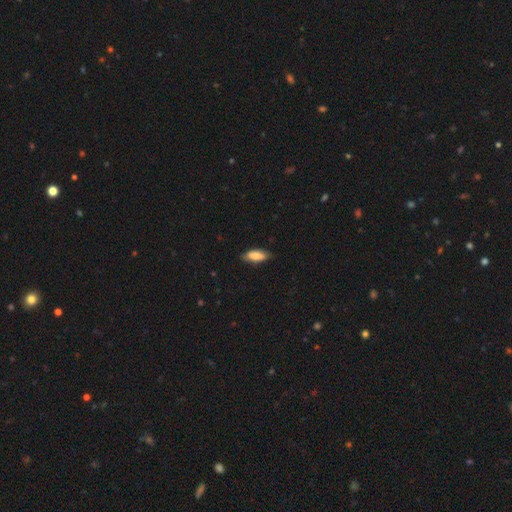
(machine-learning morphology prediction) smooth_or_featured: smooth (p=0.82) [alt: featured or disk p=0.12]
how_rounded: in between (p=0.75) [alt: cigar-shaped p=0.23]
merging: none (p=0.81) [alt: minor disturbance p=0.16]